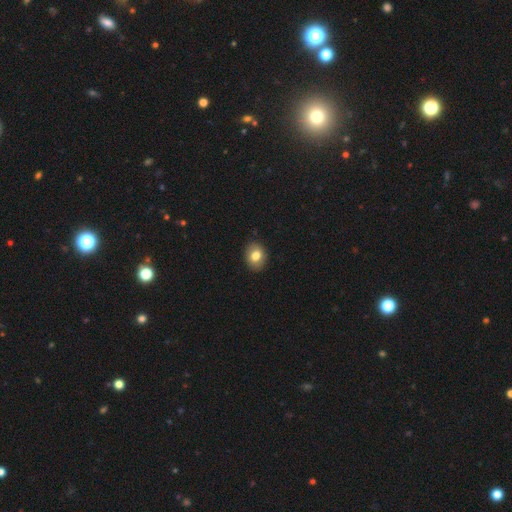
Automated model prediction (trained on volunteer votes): This is clearly a smooth galaxy (80%). How rounded: possibly in between (53%). Merging: clearly none (89%).